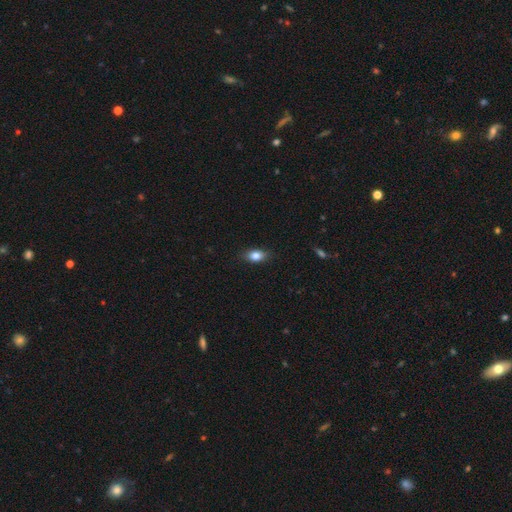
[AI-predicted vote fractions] A smooth galaxy with no disk features (82%) that is in between round and cigar-shaped (82%).

Vote fractions:
- Smooth or featured? smooth: 82% / featured or disk: 10% / star or artifact: 8%
- How rounded? in between: 82% / round: 12% / cigar-shaped: 6%
- Merging? none: 84% / minor disturbance: 12% / major disturbance: 2% / merger: 1%